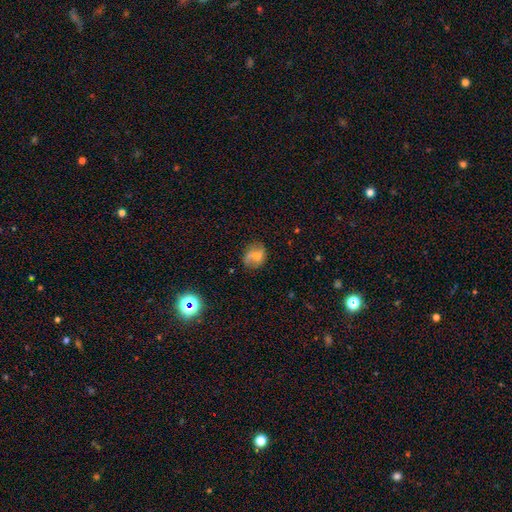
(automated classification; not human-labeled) Q: Smooth or featured?
A: smooth (49%); runner-up: featured or disk (40%)
Q: Merging?
A: none (56%); runner-up: minor disturbance (25%)